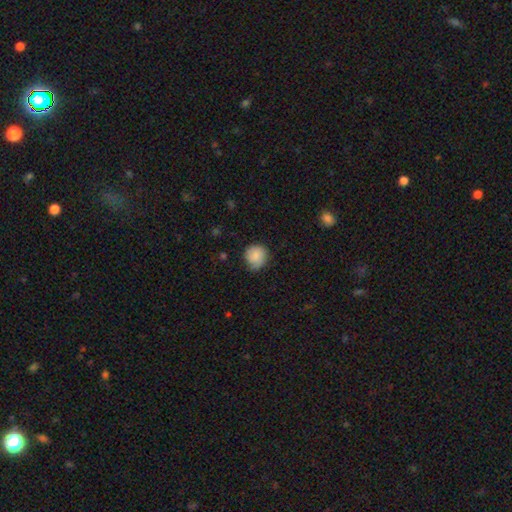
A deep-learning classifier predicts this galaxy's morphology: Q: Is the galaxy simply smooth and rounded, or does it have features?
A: smooth — 83%.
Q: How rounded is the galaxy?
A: round — 85%.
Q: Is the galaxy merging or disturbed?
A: none — 67%.